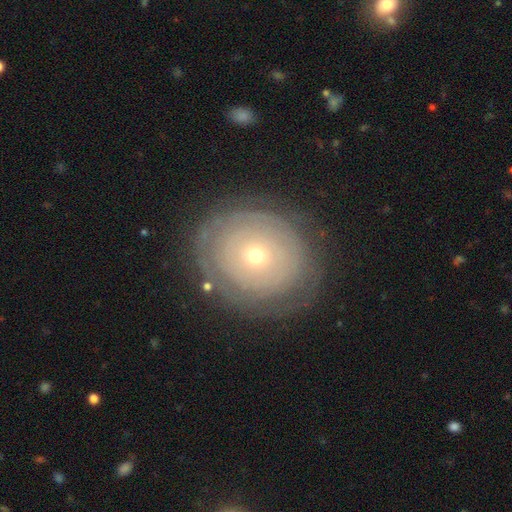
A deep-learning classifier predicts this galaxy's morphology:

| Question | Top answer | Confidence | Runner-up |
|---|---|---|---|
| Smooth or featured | featured or disk | 59% | smooth (33%) |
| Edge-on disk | no | 96% | yes (4%) |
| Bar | no | 90% | weak (7%) |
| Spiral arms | no | 51% | yes (49%) |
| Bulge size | small | 70% | moderate (27%) |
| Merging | none | 80% | minor disturbance (13%) |